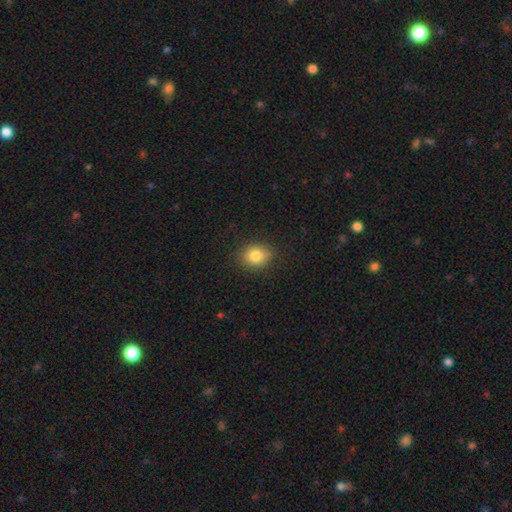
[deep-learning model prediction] Smooth or featured?
  - smooth: 82% *
  - star or artifact: 10%
  - featured or disk: 8%
How rounded?
  - round: 58% *
  - in between: 41%
  - cigar-shaped: 1%
Merging?
  - none: 86% *
  - minor disturbance: 11%
  - major disturbance: 3%
  - merger: 1%